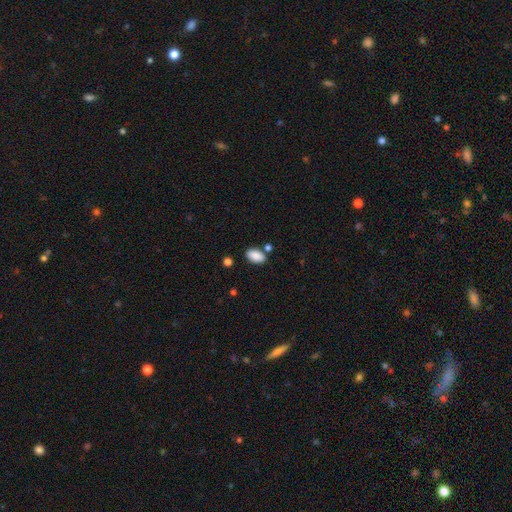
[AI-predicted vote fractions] The model was most divided on "merging": none: 77%, minor disturbance: 12%, merger: 8%, major disturbance: 3%. More confident: how rounded — in between (93%); smooth or featured — smooth (89%).